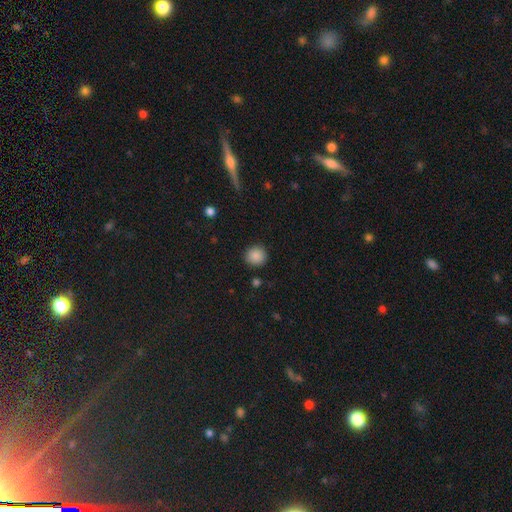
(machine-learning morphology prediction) This appears to be a smooth galaxy with no disk features (87%) that is round (92%). Merging: none (90%).